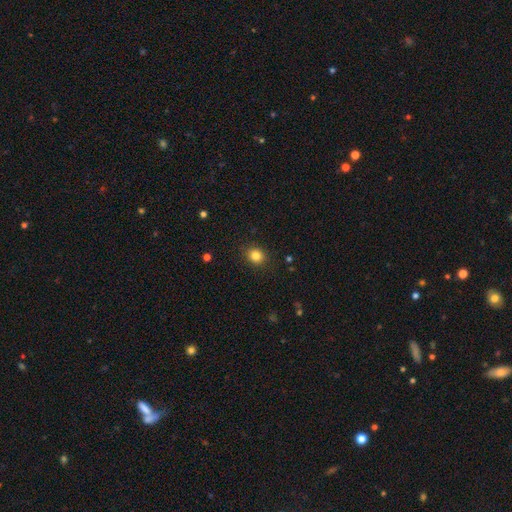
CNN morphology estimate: Smooth or featured? Predicted: smooth (p=0.83). How rounded? Predicted: round (p=0.73). Merging? Predicted: none (p=0.89).